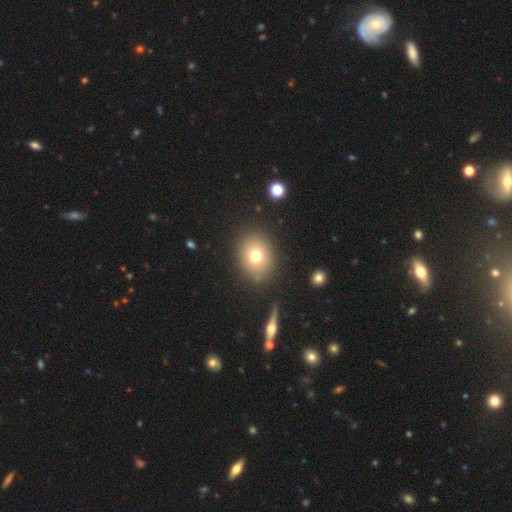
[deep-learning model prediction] The model was most divided on "how rounded": round: 55%, in between: 44%, cigar-shaped: 1%. More confident: merging — none (84%); smooth or featured — smooth (73%).